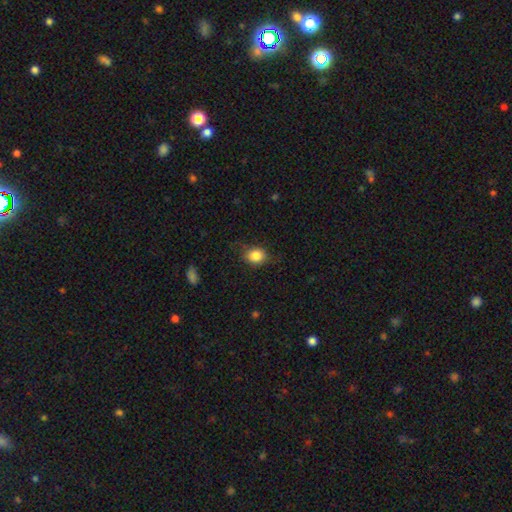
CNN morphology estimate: smooth_or_featured: smooth (p=0.83) [alt: star or artifact p=0.09]
how_rounded: round (p=0.60) [alt: in between p=0.38]
merging: none (p=0.73) [alt: minor disturbance p=0.20]